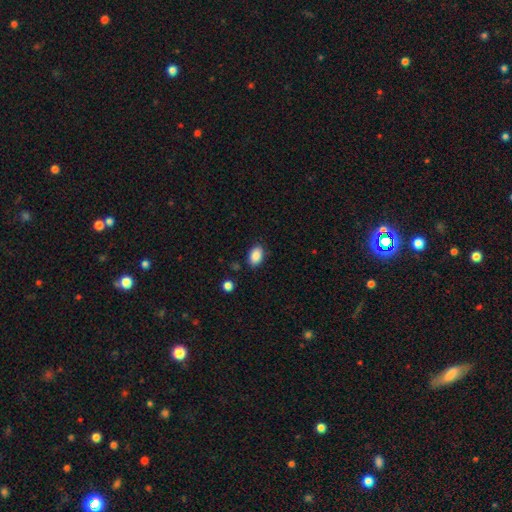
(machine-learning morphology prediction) Overall: smooth (89%). How rounded: in between (86%). Merging: none (84%).